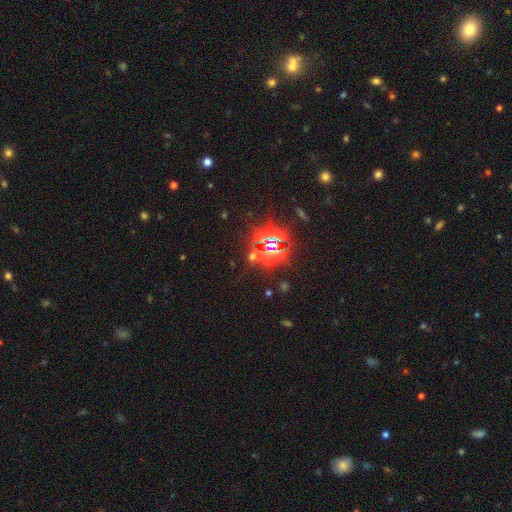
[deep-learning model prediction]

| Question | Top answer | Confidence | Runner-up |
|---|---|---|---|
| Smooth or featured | star or artifact | 82% | smooth (10%) |